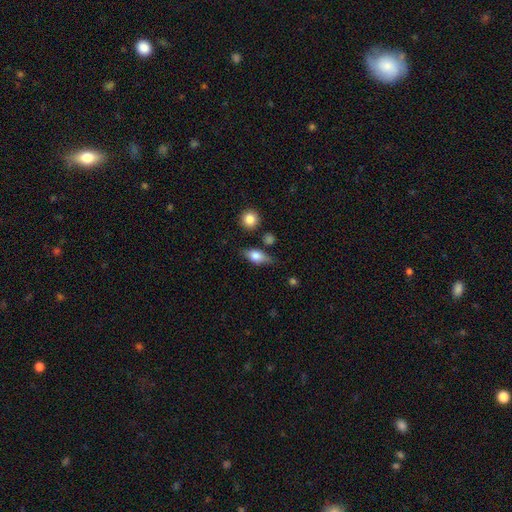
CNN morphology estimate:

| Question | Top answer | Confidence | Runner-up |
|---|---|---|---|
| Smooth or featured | smooth | 67% | featured or disk (25%) |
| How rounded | in between | 75% | cigar-shaped (16%) |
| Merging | none | 67% | minor disturbance (23%) |